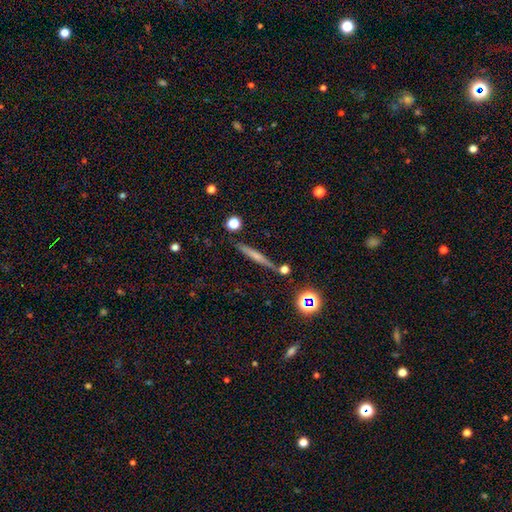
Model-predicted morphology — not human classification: Smooth or featured? smooth (48%)
Merging? none (82%)